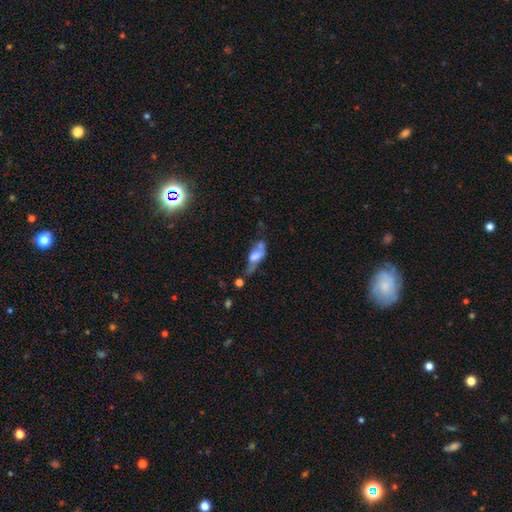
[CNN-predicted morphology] smooth_or_featured: smooth (p=0.50) [alt: featured or disk p=0.39]
merging: merger (p=0.30) [alt: major disturbance p=0.25]